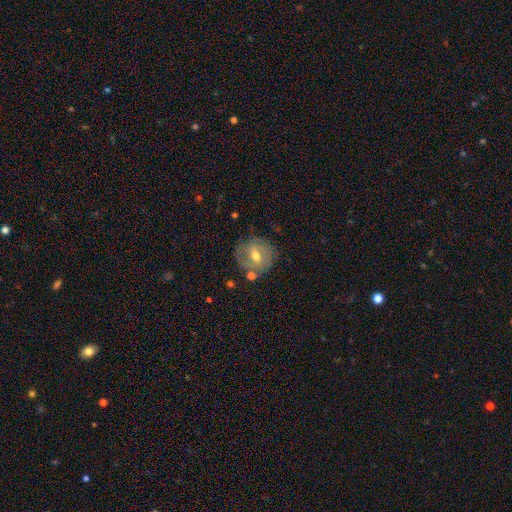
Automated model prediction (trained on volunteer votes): Smooth or featured? Predicted: featured or disk (p=0.59). Edge-on disk? Predicted: no (p=0.95). Bar? Predicted: weak (p=0.51). Spiral arms? Predicted: yes (p=0.65). Bulge size? Predicted: moderate (p=0.71). Merging? Predicted: none (p=0.70).